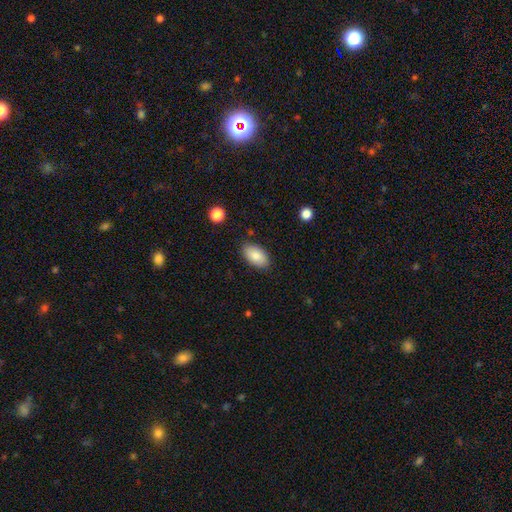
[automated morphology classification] The model was most divided on "merging": none: 84%, minor disturbance: 12%, major disturbance: 3%, merger: 1%. More confident: how rounded — in between (95%); smooth or featured — smooth (85%).